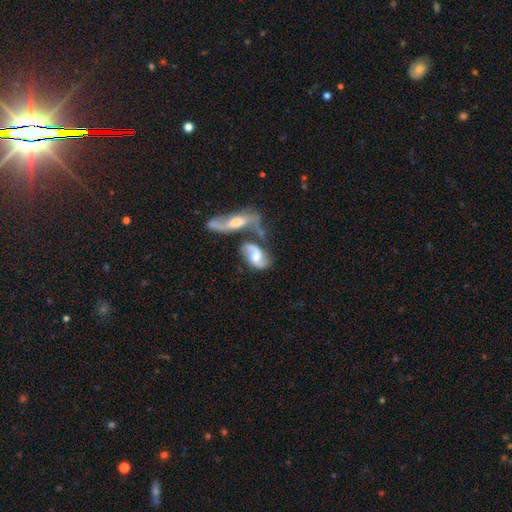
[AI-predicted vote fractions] A featured or disk galaxy (78%) with a weak bar (46%), 2 (89%) loose (48%) spiral arms (93%) and a moderate central bulge (49%).

Vote fractions:
- Smooth or featured? featured or disk: 78% / smooth: 17% / star or artifact: 5%
- Edge-on disk? no: 95% / yes: 5%
- Bar? weak: 46% / no: 42% / strong: 12%
- Spiral arms? yes: 93% / no: 7%
- Spiral winding? loose: 48% / medium: 41% / tight: 11%
- Spiral arm count? 2: 89% / can't tell: 4% / 1: 4% / 3: 1% / 4: 1% / more than 4: 1%
- Bulge size? moderate: 49% / small: 22% / large: 16% / none: 11% / dominant: 2%
- Merging? merger: 48% / none: 29% / minor disturbance: 14% / major disturbance: 10%